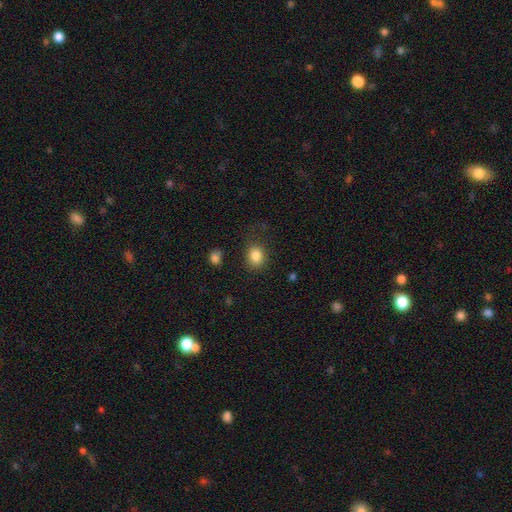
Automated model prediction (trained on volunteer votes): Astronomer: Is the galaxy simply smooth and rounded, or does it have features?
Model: smooth — 84%.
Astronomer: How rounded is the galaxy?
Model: round — 61% (runner-up: in between, 38%).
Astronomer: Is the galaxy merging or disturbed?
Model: none — 79%.